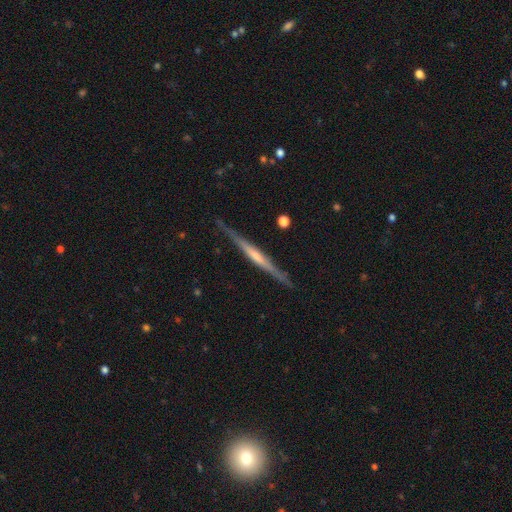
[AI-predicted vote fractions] Smooth or featured? featured or disk (73%)
Edge-on disk? yes (98%)
Edge-on bulge? none (48%)
Merging? none (87%)